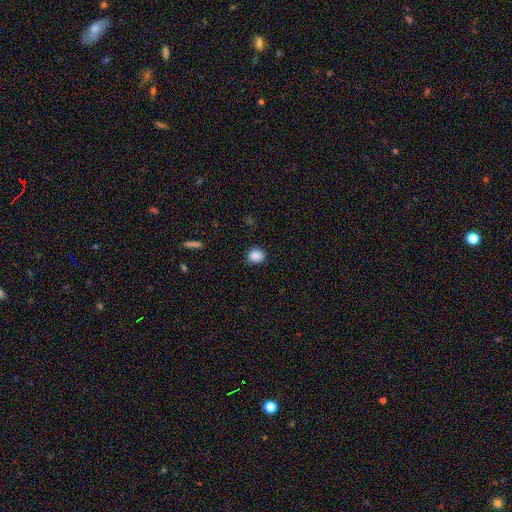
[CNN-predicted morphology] Smooth or featured? Predicted: smooth (p=0.88). How rounded? Predicted: round (p=0.59). Merging? Predicted: none (p=0.86).